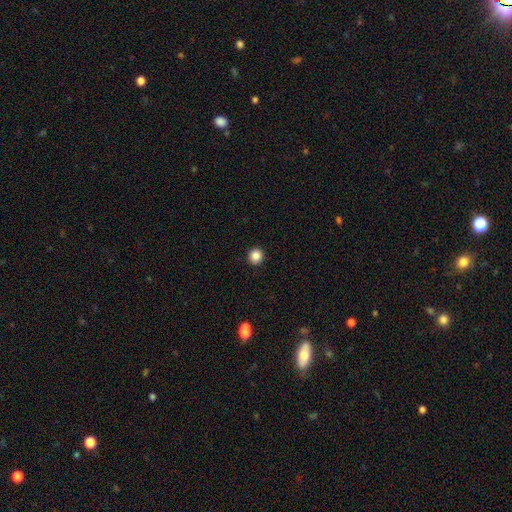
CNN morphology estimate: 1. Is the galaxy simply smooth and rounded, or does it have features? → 85% smooth, 11% star or artifact, 4% featured or disk.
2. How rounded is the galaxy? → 94% round, 5% in between, 1% cigar-shaped.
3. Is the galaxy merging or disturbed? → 93% none, 4% minor disturbance, 1% major disturbance, 1% merger.